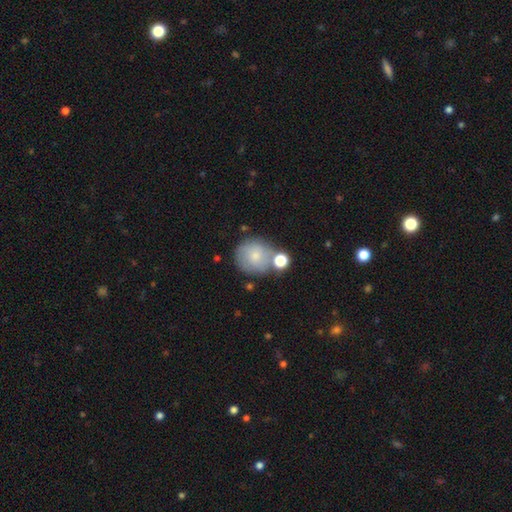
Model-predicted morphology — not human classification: Q: Smooth or featured?
A: smooth (68%); runner-up: featured or disk (23%)
Q: How rounded?
A: round (88%); runner-up: in between (11%)
Q: Merging?
A: none (57%); runner-up: merger (19%)